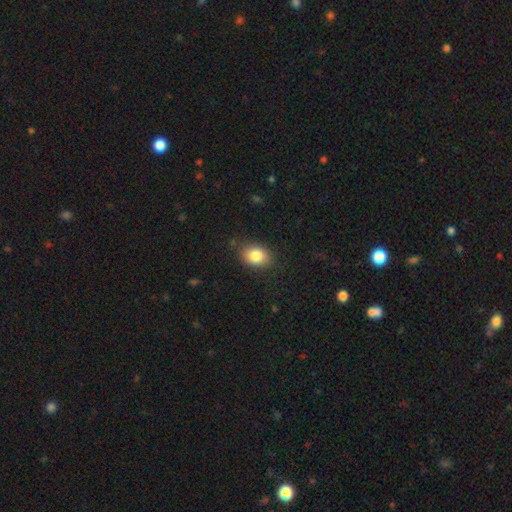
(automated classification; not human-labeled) A smooth galaxy with no disk features (83%) that is in between round and cigar-shaped (67%). Merging: none (82%).